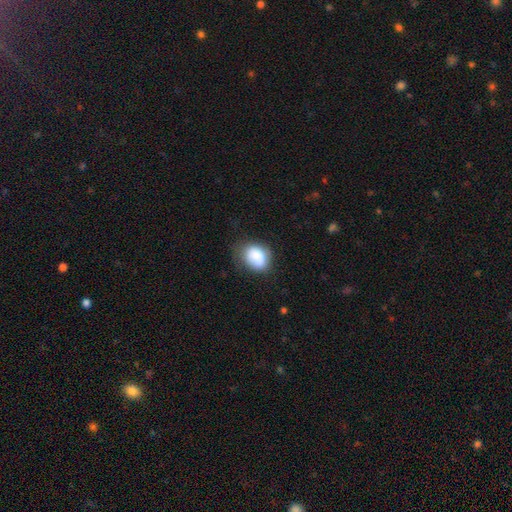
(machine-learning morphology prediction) smooth 81%, featured or disk 11%, star or artifact 8%. Down the decision tree: how rounded — in between (55%); merging — none (62%).